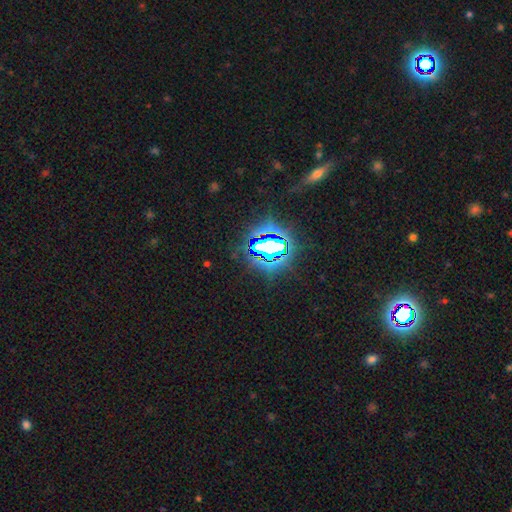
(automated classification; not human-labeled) Morphology: type=star or artifact (79%).